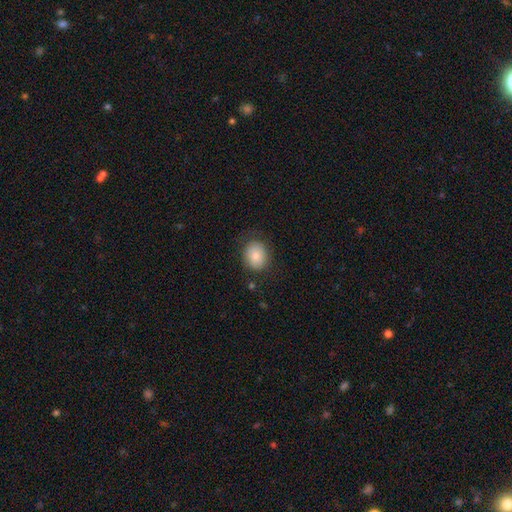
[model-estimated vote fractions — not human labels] Overall: smooth (81%). How rounded: round (63%; in between 36%). Merging: none (80%).